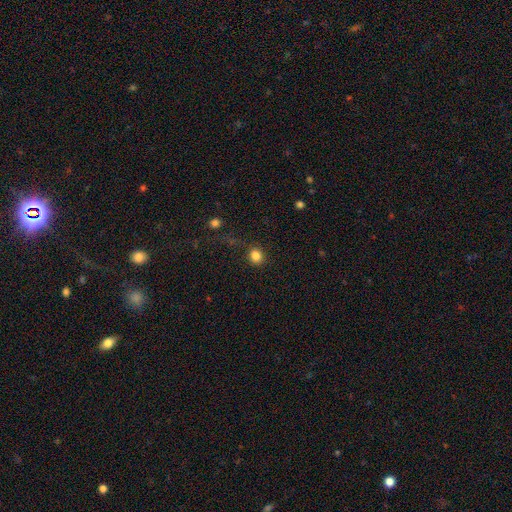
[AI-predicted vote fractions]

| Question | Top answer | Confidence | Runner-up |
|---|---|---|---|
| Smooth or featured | smooth | 84% | star or artifact (12%) |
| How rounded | round | 81% | in between (18%) |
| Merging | none | 82% | minor disturbance (10%) |